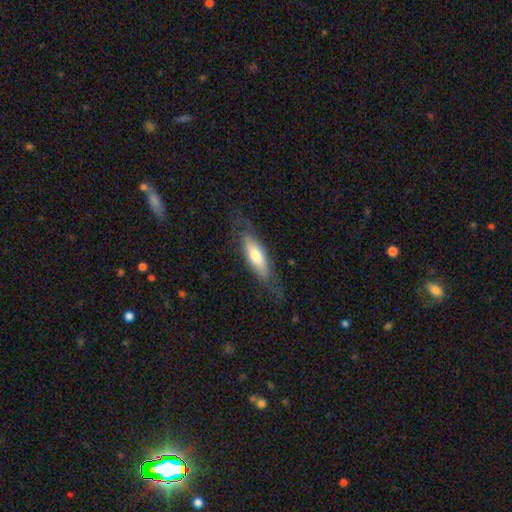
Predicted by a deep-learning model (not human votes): Overall: smooth (52%; featured or disk 42%). How rounded: cigar-shaped (53%; in between 45%). Merging: none (69%).